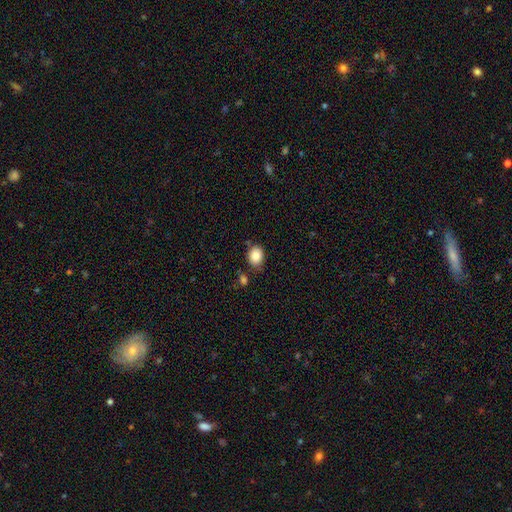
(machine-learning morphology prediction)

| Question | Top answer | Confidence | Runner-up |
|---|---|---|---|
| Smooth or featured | smooth | 86% | star or artifact (8%) |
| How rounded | in between | 52% | round (47%) |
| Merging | none | 74% | minor disturbance (16%) |